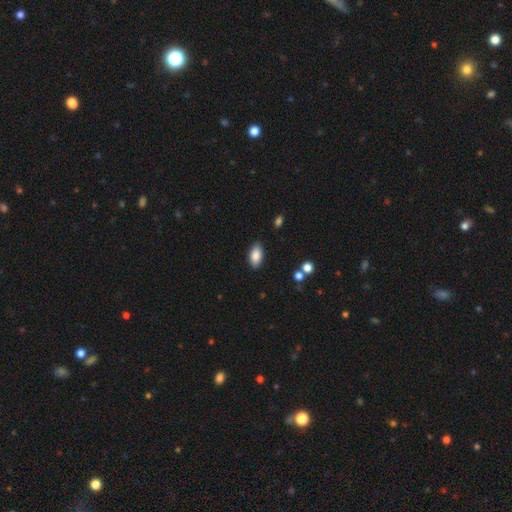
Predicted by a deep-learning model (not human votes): Smooth or featured? smooth (85%)
How rounded? in between (92%)
Merging? none (87%)